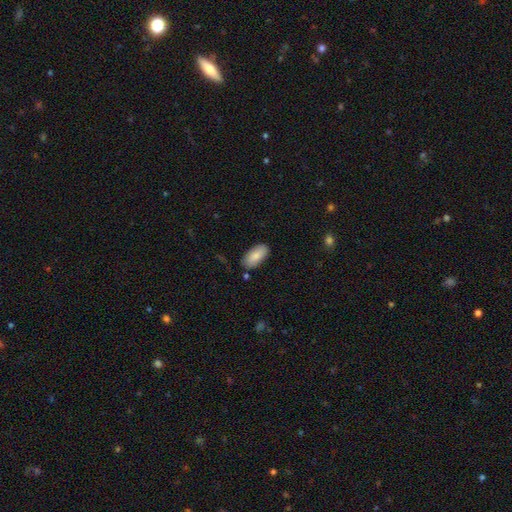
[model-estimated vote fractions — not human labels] A smooth galaxy with no disk features (86%) that is in between round and cigar-shaped (92%).

Vote fractions:
- Smooth or featured? smooth: 86% / featured or disk: 8% / star or artifact: 6%
- How rounded? in between: 92% / cigar-shaped: 6% / round: 2%
- Merging? none: 83% / minor disturbance: 12% / merger: 3% / major disturbance: 2%